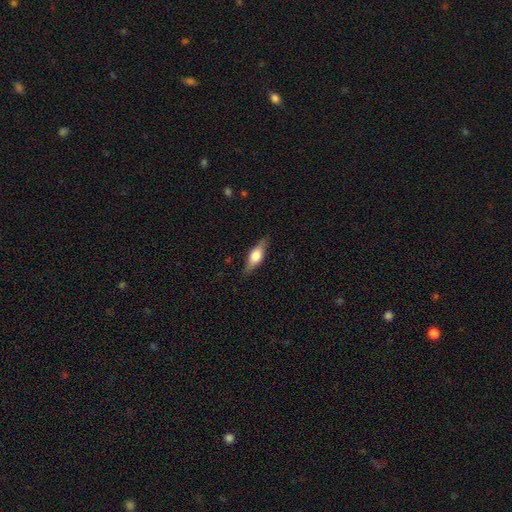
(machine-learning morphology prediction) The model was most divided on "smooth or featured" (2-way tie): featured or disk: 47%, smooth: 47%, star or artifact: 6%. More confident: merging — none (85%).